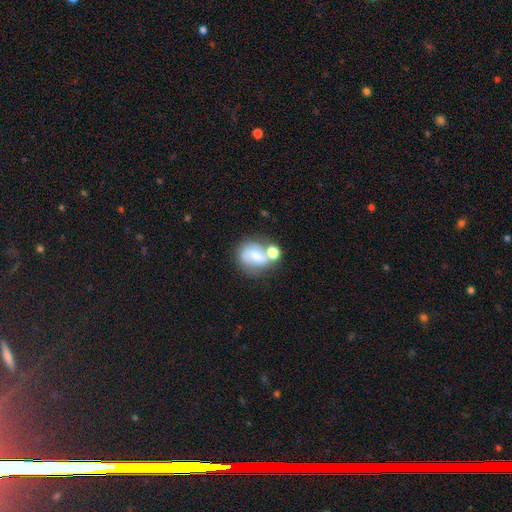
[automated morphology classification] smooth 55%, featured or disk 35%, star or artifact 11%. Down the decision tree: how rounded — round (58%); merging — merger (38%).